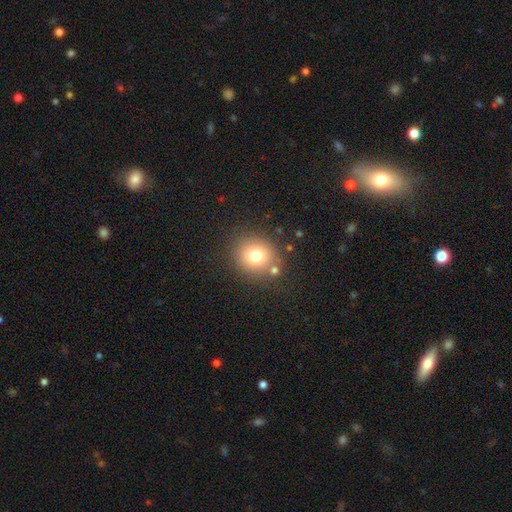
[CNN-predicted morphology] Smooth or featured? smooth (77%)
How rounded? round (84%)
Merging? none (78%)